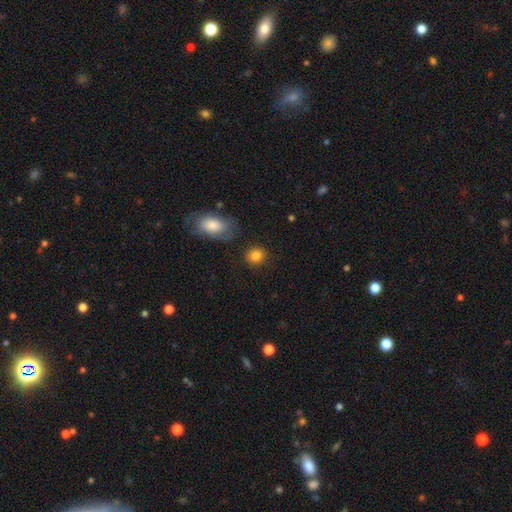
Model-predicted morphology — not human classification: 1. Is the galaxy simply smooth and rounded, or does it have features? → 84% smooth, 10% star or artifact, 6% featured or disk.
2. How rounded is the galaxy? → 72% round, 27% in between, 1% cigar-shaped.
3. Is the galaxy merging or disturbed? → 82% none, 10% minor disturbance, 4% merger, 3% major disturbance.